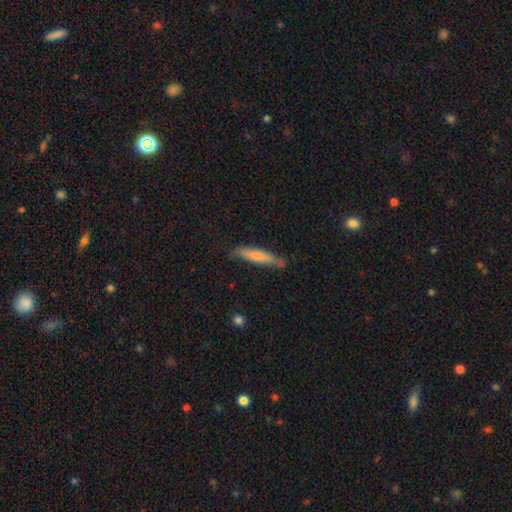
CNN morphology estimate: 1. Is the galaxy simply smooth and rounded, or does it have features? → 47% smooth, 44% featured or disk, 9% star or artifact.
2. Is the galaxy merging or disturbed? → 82% none, 14% minor disturbance, 2% major disturbance, 2% merger.